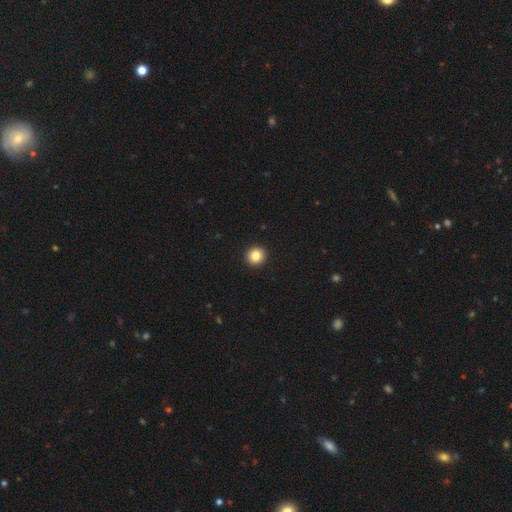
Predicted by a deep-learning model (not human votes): This appears to be a smooth galaxy with no disk features (84%) that is round (91%). Merging: none (94%).